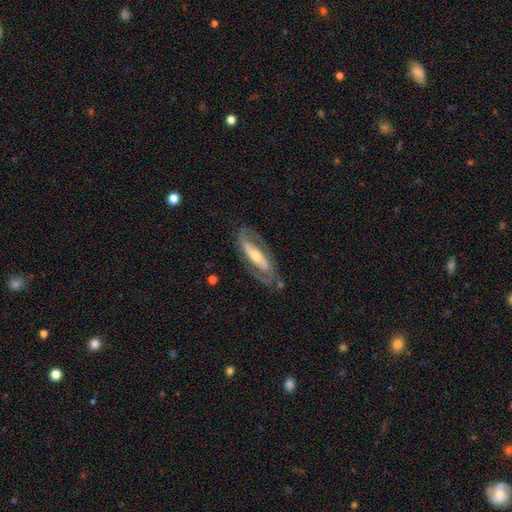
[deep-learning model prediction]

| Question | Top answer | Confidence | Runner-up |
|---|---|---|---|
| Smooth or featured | featured or disk | 81% | smooth (14%) |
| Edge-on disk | no | 85% | yes (15%) |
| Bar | strong | 46% | no (30%) |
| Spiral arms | yes | 84% | no (16%) |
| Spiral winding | medium | 44% | tight (37%) |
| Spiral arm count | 2 | 84% | can't tell (9%) |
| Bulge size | moderate | 50% | small (42%) |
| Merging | none | 76% | minor disturbance (14%) |